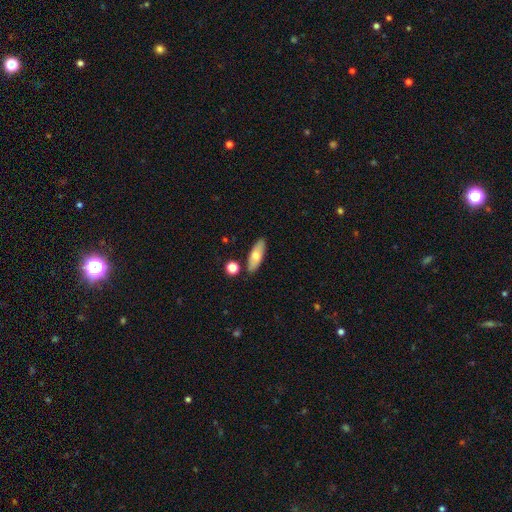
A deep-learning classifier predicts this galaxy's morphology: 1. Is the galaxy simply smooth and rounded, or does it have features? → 67% smooth, 27% featured or disk, 7% star or artifact.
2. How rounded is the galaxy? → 62% in between, 35% cigar-shaped, 3% round.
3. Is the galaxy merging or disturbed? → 84% none, 10% minor disturbance, 4% merger, 2% major disturbance.